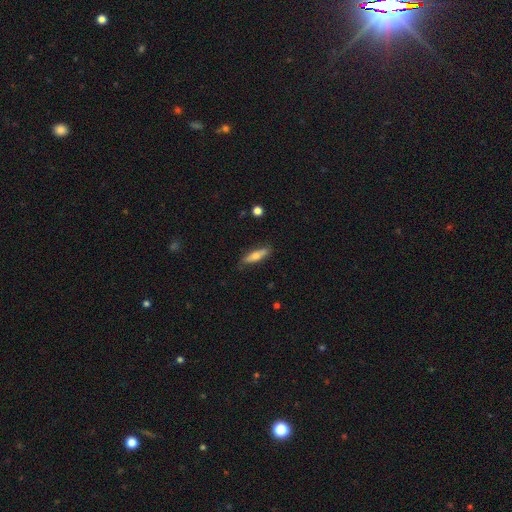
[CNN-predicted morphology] smooth-or-featured: smooth: 60% | featured or disk: 33% | star or artifact: 6%
  how-rounded: cigar-shaped: 68% | in between: 30% | round: 2%
  merging: none: 81% | minor disturbance: 15% | major disturbance: 3% | merger: 2%